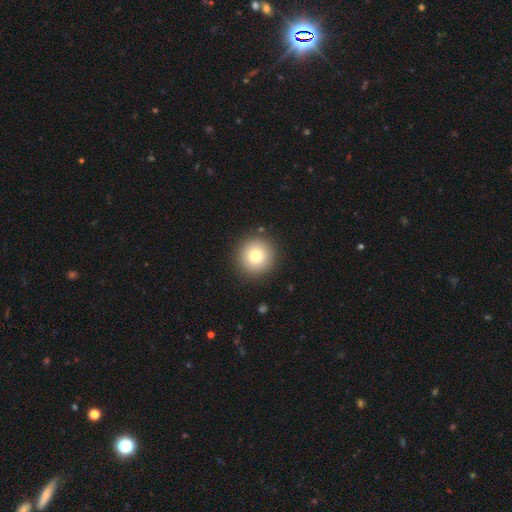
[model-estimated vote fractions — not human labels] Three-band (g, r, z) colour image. It shows a smooth galaxy with no disk features (79%) that is round (95%). Merging: none (90%).